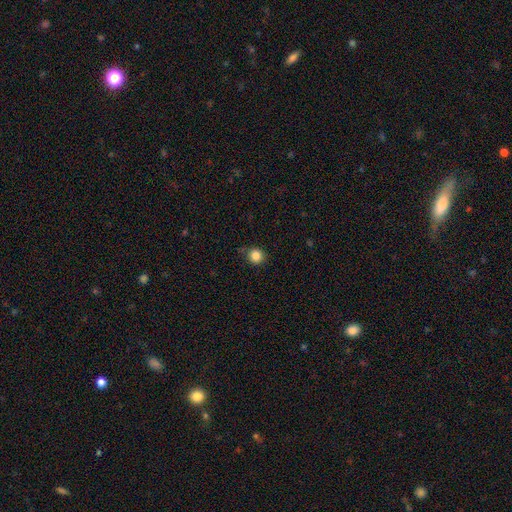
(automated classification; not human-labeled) The model was most divided on "merging": none: 78%, minor disturbance: 17%, major disturbance: 4%, merger: 1%. More confident: how rounded — round (87%); smooth or featured — smooth (84%).